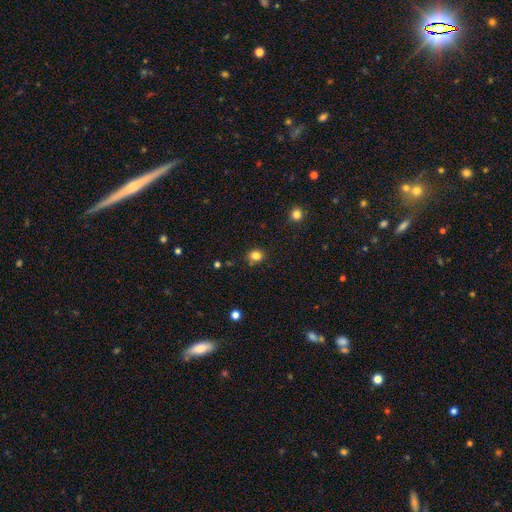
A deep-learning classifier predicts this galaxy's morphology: Smooth or featured: smooth — 82% (star or artifact — 13%)
How rounded: round — 71% (in between — 28%)
Merging: none — 80% (minor disturbance — 13%)